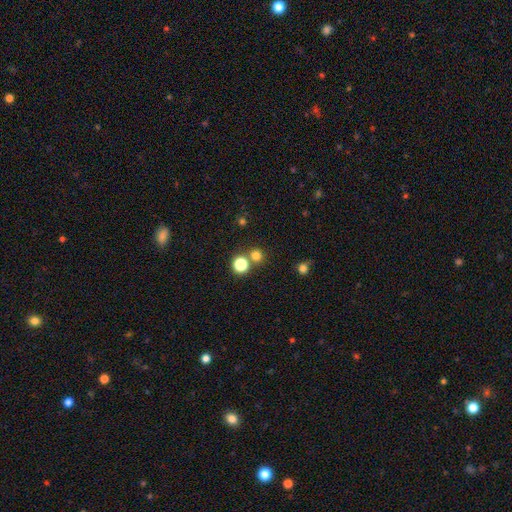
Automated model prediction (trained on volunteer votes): Smooth or featured: smooth — 74% (star or artifact — 20%)
How rounded: round — 91% (in between — 8%)
Merging: none — 71% (merger — 20%)